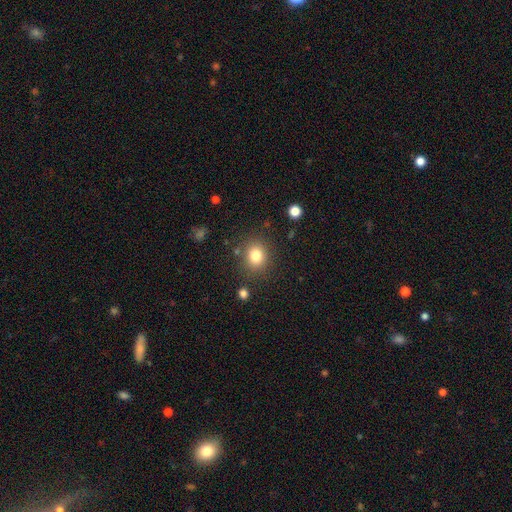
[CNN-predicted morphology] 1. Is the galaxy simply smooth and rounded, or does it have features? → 80% smooth, 12% star or artifact, 7% featured or disk.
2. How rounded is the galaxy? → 72% round, 27% in between, 1% cigar-shaped.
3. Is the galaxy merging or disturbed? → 84% none, 9% minor disturbance, 4% major disturbance, 3% merger.